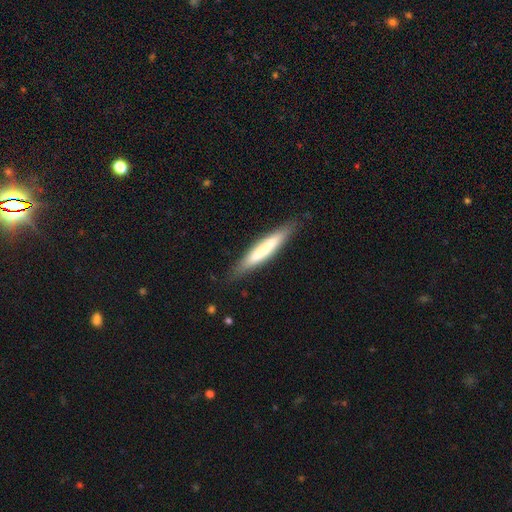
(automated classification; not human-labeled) The model was most divided on "smooth or featured": smooth: 65%, featured or disk: 29%, star or artifact: 6%. More confident: how rounded — cigar-shaped (89%); merging — none (84%).